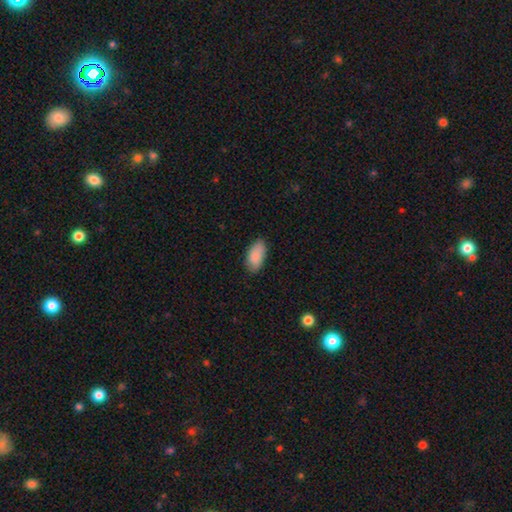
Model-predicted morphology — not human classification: type=smooth (88%); roundness=in between (94%); merging=none (79%).